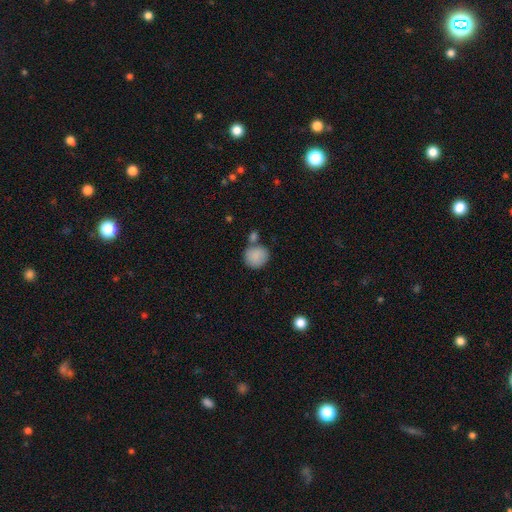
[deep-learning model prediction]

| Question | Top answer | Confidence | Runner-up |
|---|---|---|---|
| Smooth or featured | smooth | 87% | star or artifact (7%) |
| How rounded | round | 85% | in between (14%) |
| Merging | none | 61% | merger (21%) |